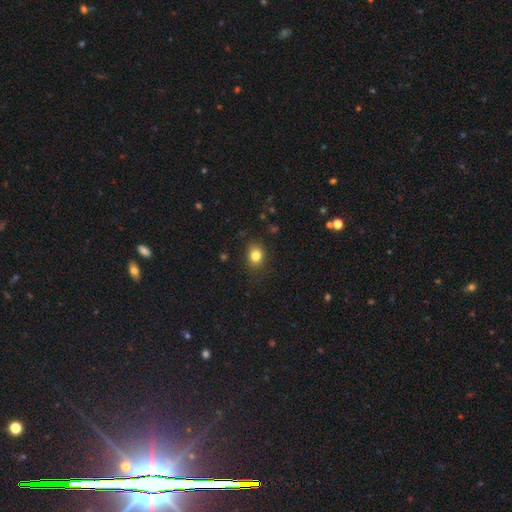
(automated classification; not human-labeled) A smooth galaxy with no disk features (82%) that is round (53%). Merging: none (85%).